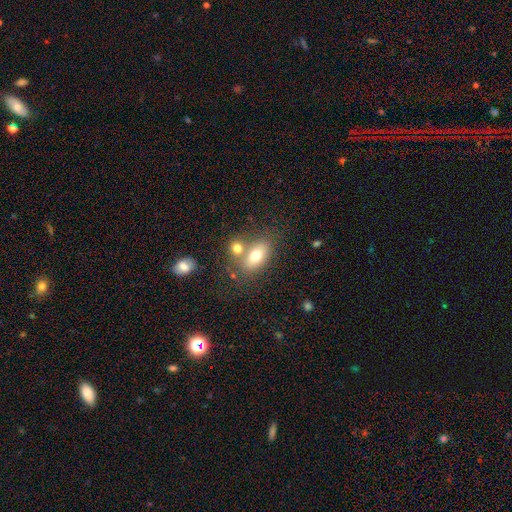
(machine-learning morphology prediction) The model was most divided on "merging": none: 49%, merger: 35%, minor disturbance: 11%, major disturbance: 4%. More confident: how rounded — in between (82%); smooth or featured — smooth (72%).